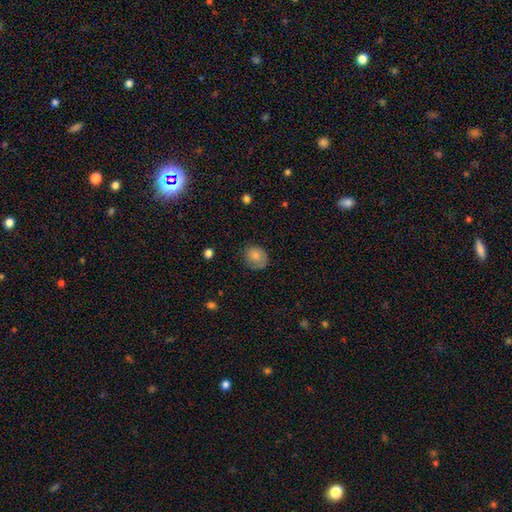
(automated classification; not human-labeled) smooth-or-featured: smooth: 77% | featured or disk: 14% | star or artifact: 9%
  how-rounded: round: 64% | in between: 35% | cigar-shaped: 1%
  merging: none: 67% | minor disturbance: 24% | major disturbance: 8% | merger: 1%